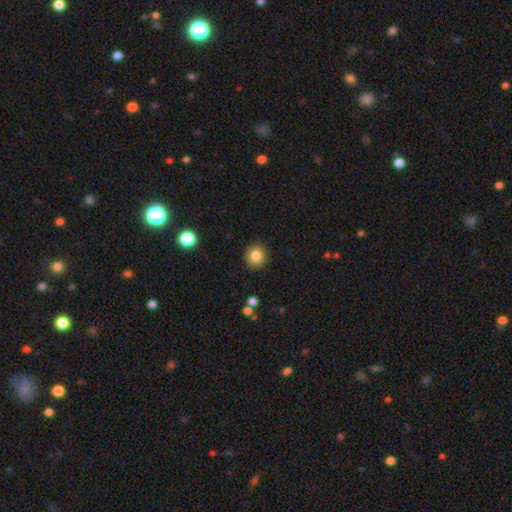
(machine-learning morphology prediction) Overall: smooth (83%). How rounded: round (90%). Merging: none (91%).